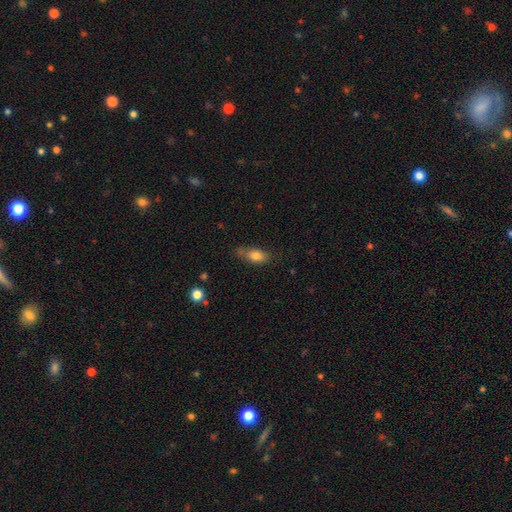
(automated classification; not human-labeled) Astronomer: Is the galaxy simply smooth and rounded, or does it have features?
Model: smooth — 79%.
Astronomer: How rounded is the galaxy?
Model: in between — 82%.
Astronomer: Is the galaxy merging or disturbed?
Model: none — 61%.